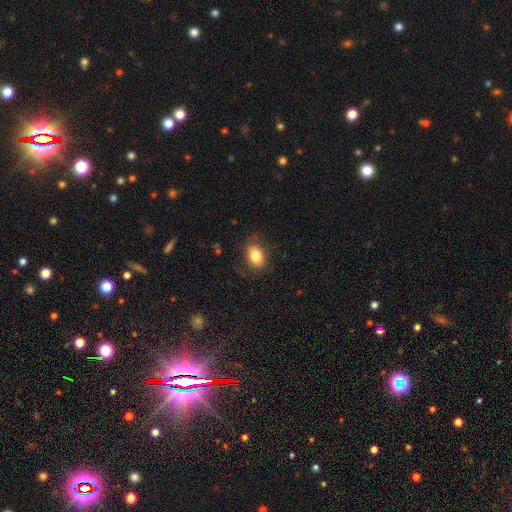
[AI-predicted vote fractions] smooth_or_featured: smooth (p=0.84) [alt: star or artifact p=0.09]
how_rounded: in between (p=0.80) [alt: round p=0.18]
merging: none (p=0.84) [alt: minor disturbance p=0.12]